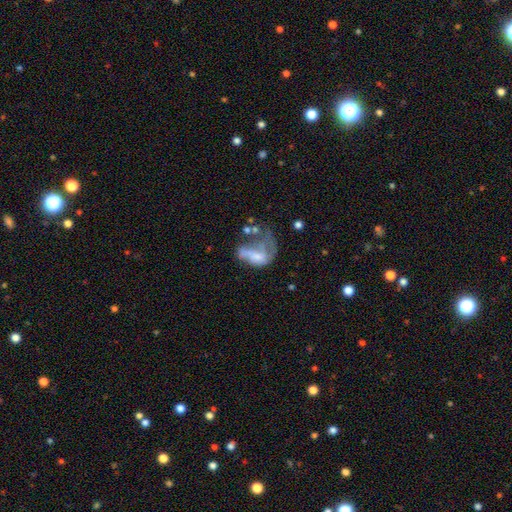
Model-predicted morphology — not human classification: Smooth or featured: featured or disk — 51% (smooth — 38%)
Edge-on disk: no — 97% (yes — 3%)
Merging: major disturbance — 54% (merger — 17%)